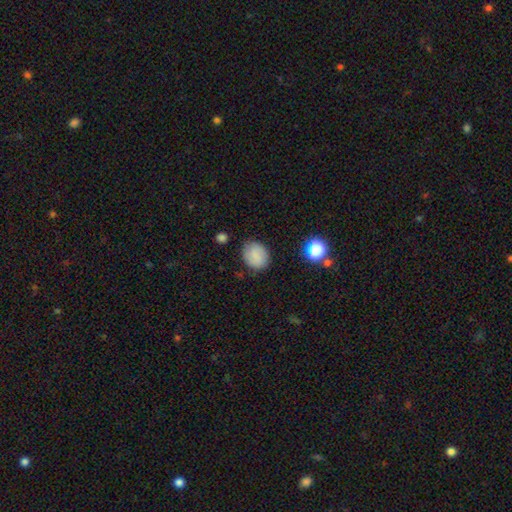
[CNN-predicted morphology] Overall: smooth (81%). How rounded: round (63%; in between 36%). Merging: none (81%).